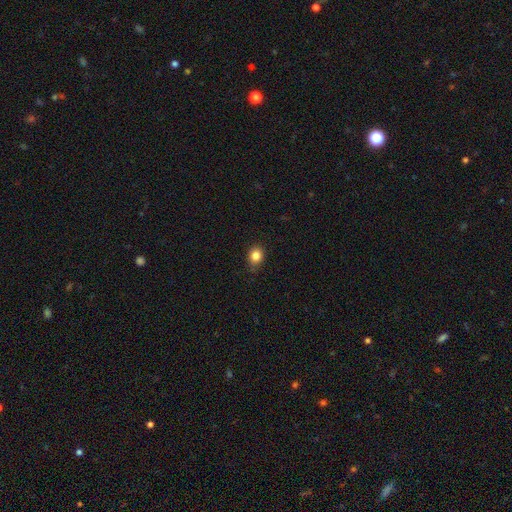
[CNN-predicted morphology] This appears to be a smooth galaxy with no disk features (85%) that is round (64%). Merging: none (81%).